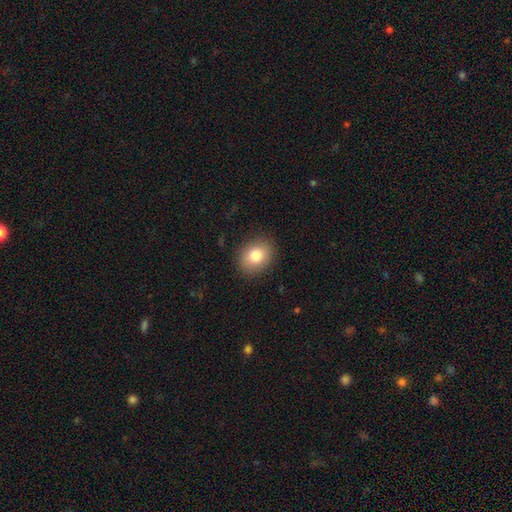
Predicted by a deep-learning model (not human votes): smooth-or-featured: smooth: 81% | featured or disk: 10% | star or artifact: 9%
  how-rounded: round: 50% | in between: 49% | cigar-shaped: 1%
  merging: none: 87% | minor disturbance: 9% | major disturbance: 3% | merger: 1%